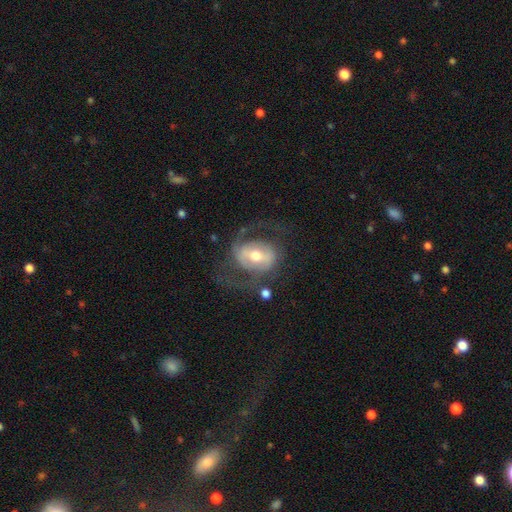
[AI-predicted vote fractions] A featured or disk galaxy (78%) with a weak bar (41%), 2 (83%) medium (50%) spiral arms (84%) and a moderate central bulge (69%).

Vote fractions:
- Smooth or featured? featured or disk: 78% / smooth: 17% / star or artifact: 6%
- Edge-on disk? no: 97% / yes: 3%
- Bar? weak: 41% / strong: 31% / no: 28%
- Spiral arms? yes: 84% / no: 16%
- Spiral winding? medium: 50% / loose: 32% / tight: 19%
- Spiral arm count? 2: 83% / can't tell: 7% / 1: 5% / 3: 2% / 4: 1% / more than 4: 1%
- Bulge size? moderate: 69% / small: 21% / large: 8% / dominant: 1% / none: 1%
- Merging? none: 59% / major disturbance: 22% / minor disturbance: 16% / merger: 3%